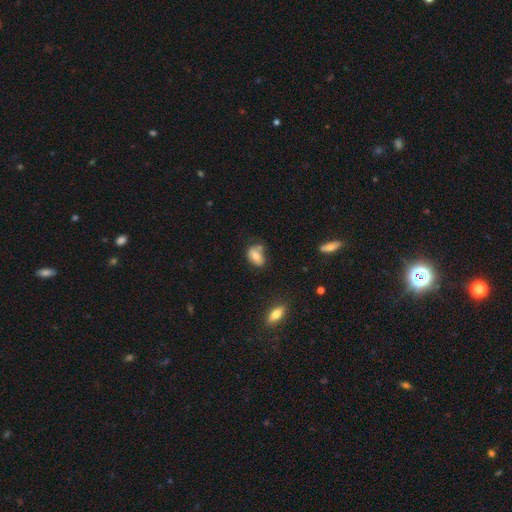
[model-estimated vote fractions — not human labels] Q: Smooth or featured?
A: smooth (68%); runner-up: featured or disk (23%)
Q: How rounded?
A: in between (81%); runner-up: round (17%)
Q: Merging?
A: none (48%); runner-up: minor disturbance (27%)